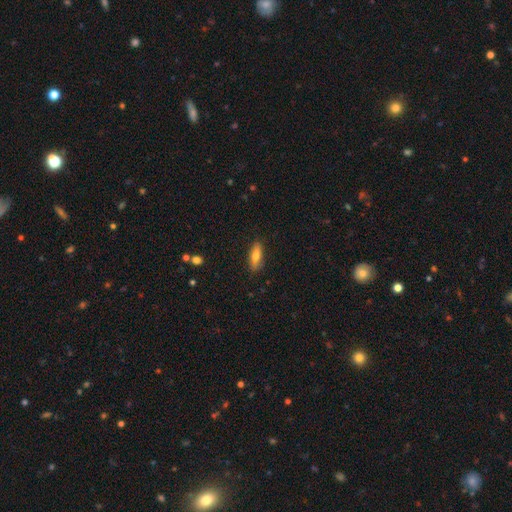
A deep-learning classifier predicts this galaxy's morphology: Overall: smooth (71%). How rounded: in between (58%; cigar-shaped 39%). Merging: none (86%).